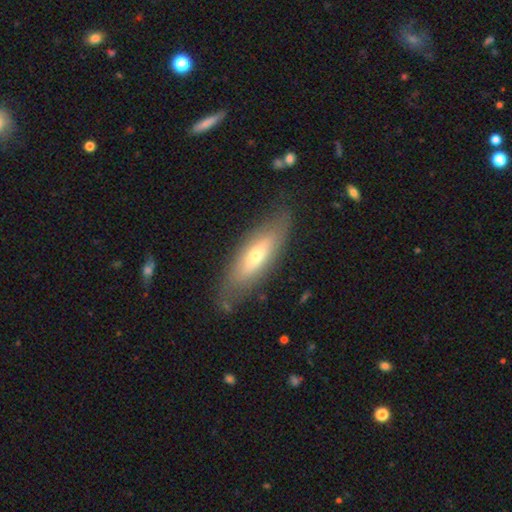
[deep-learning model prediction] Smooth or featured? Predicted: smooth (p=0.51). How rounded? Predicted: in between (p=0.52). Merging? Predicted: none (p=0.77).